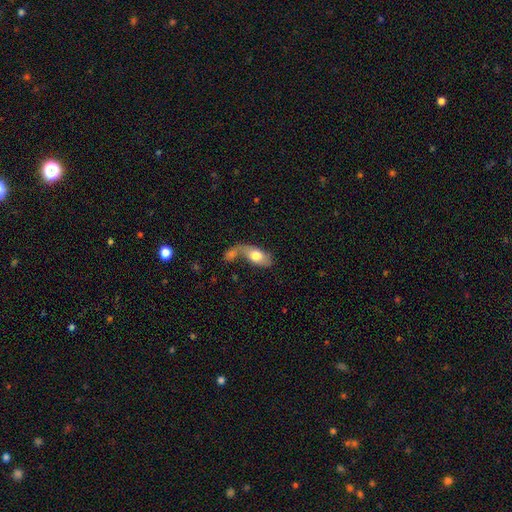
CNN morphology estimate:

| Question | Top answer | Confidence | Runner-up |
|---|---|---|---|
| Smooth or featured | smooth | 64% | featured or disk (30%) |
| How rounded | in between | 85% | round (8%) |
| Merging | merger | 55% | none (21%) |